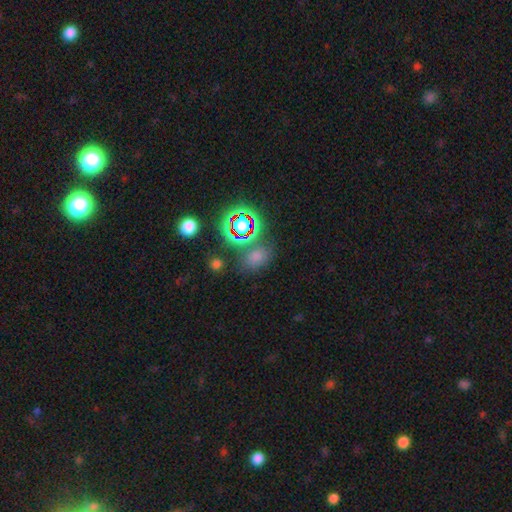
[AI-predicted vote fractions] This is possibly a smooth galaxy (58%). How rounded: possibly in between (60%). Merging: likely none (69%).